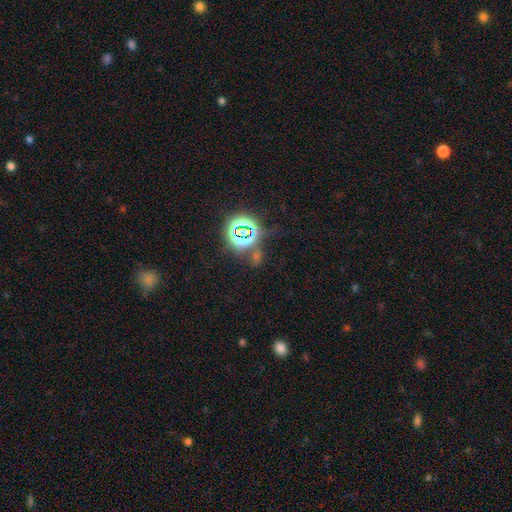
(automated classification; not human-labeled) The model was most divided on "smooth or featured": star or artifact: 76%, smooth: 16%, featured or disk: 9%.